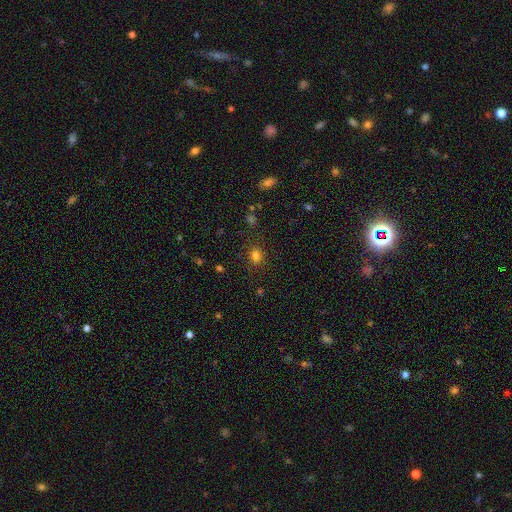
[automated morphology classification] This is likely a smooth galaxy (79%). How rounded: likely round (67%). Merging: clearly none (85%).